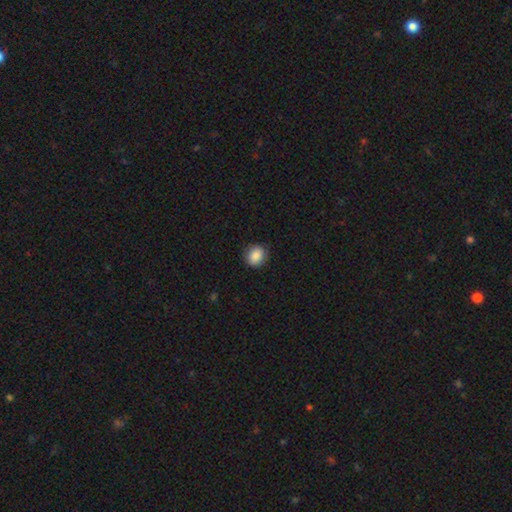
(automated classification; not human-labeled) The model was most divided on "how rounded": round: 76%, in between: 23%, cigar-shaped: 1%. More confident: merging — none (88%); smooth or featured — smooth (86%).